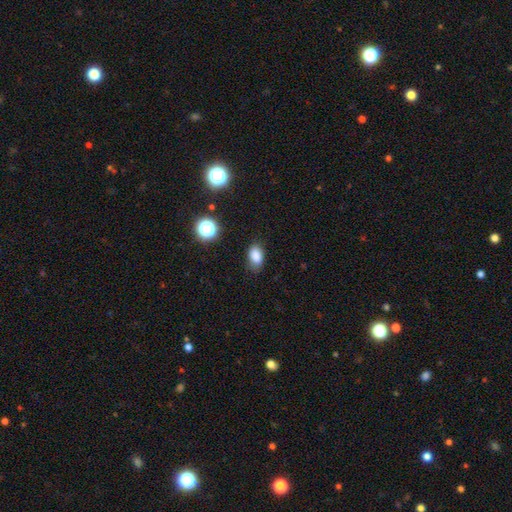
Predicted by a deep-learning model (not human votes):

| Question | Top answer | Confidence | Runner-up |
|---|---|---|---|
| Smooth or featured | smooth | 84% | star or artifact (11%) |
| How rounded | in between | 87% | round (12%) |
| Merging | none | 79% | minor disturbance (16%) |